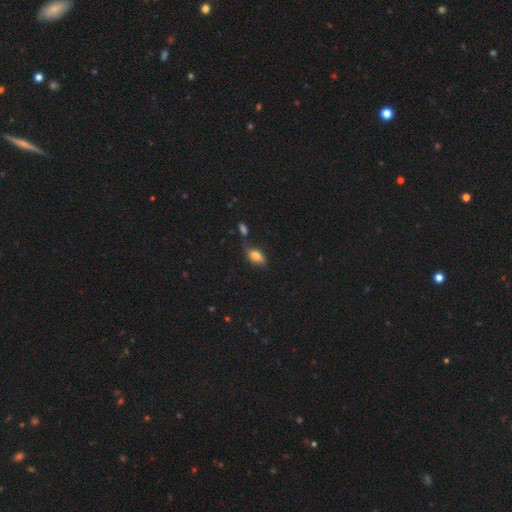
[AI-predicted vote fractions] A smooth galaxy with no disk features (71%) that is in between round and cigar-shaped (86%).

Vote fractions:
- Smooth or featured? smooth: 71% / featured or disk: 19% / star or artifact: 10%
- How rounded? in between: 86% / cigar-shaped: 7% / round: 7%
- Merging? none: 58% / minor disturbance: 23% / merger: 11% / major disturbance: 8%